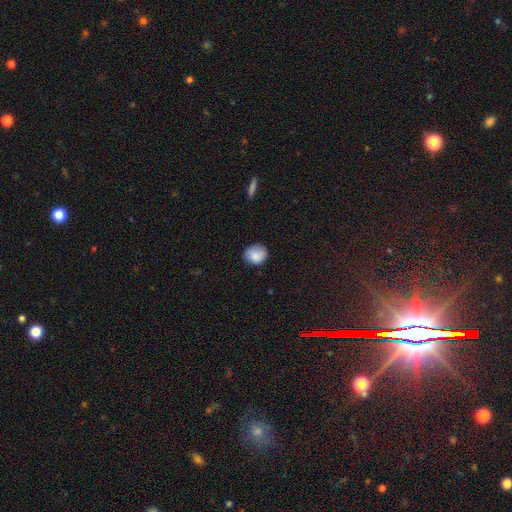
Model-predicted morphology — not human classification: type=smooth (85%); roundness=round (73%); merging=none (76%).